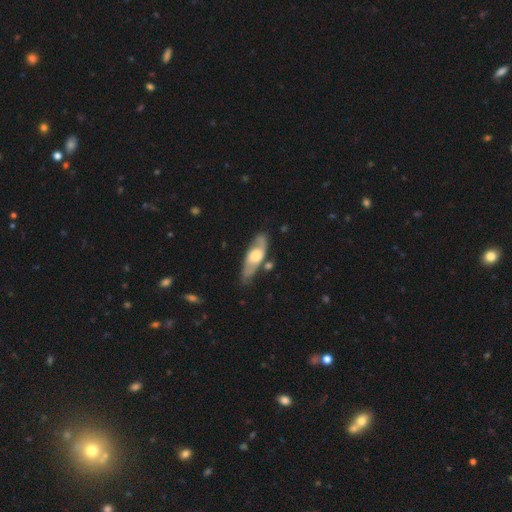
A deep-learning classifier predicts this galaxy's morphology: smooth-or-featured: featured or disk: 58% | smooth: 37% | star or artifact: 5%
  disk-edge-on: no: 62% | yes: 38%
  merging: none: 67% | minor disturbance: 20% | major disturbance: 6% | merger: 6%